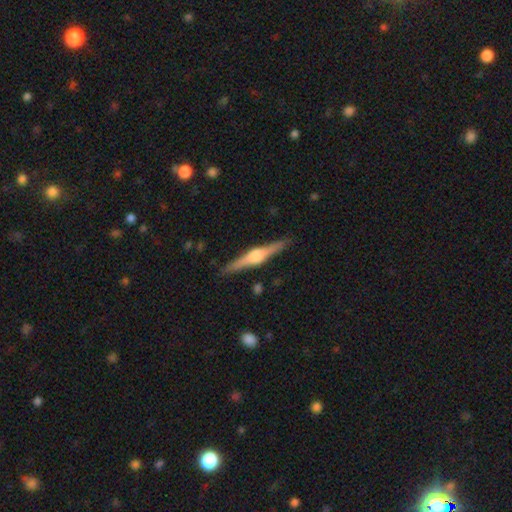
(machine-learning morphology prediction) Q: Smooth or featured?
A: featured or disk (80%); runner-up: smooth (15%)
Q: Edge-on disk?
A: yes (98%); runner-up: no (2%)
Q: Edge-on bulge?
A: rounded (90%); runner-up: boxy (8%)
Q: Merging?
A: none (90%); runner-up: minor disturbance (7%)